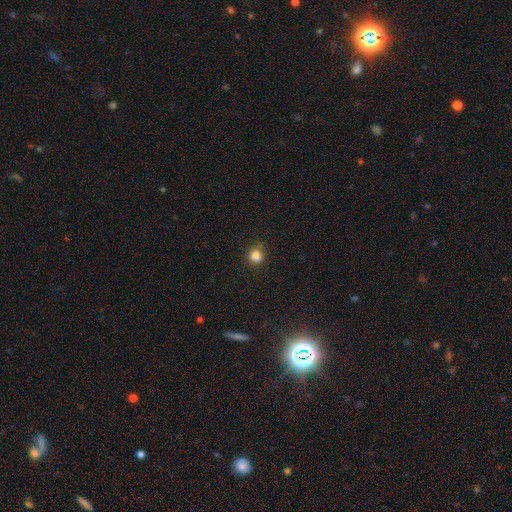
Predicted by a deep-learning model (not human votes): This appears to be a smooth galaxy with no disk features (83%) that is round (80%). Merging: none (72%).